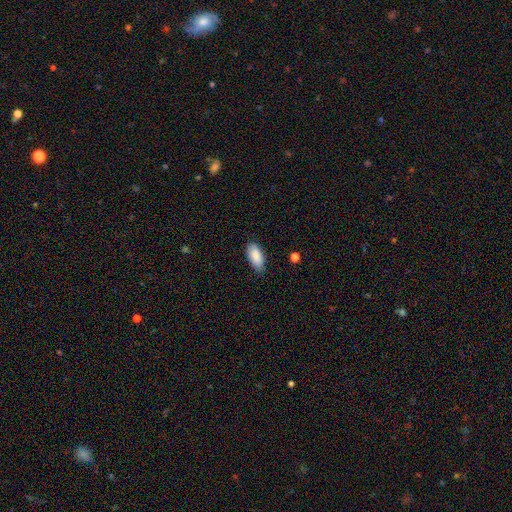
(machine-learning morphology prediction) A smooth galaxy with no disk features (88%) that is in between round and cigar-shaped (92%).

Vote fractions:
- Smooth or featured? smooth: 88% / star or artifact: 6% / featured or disk: 6%
- How rounded? in between: 92% / cigar-shaped: 6% / round: 2%
- Merging? none: 72% / minor disturbance: 24% / major disturbance: 3% / merger: 1%